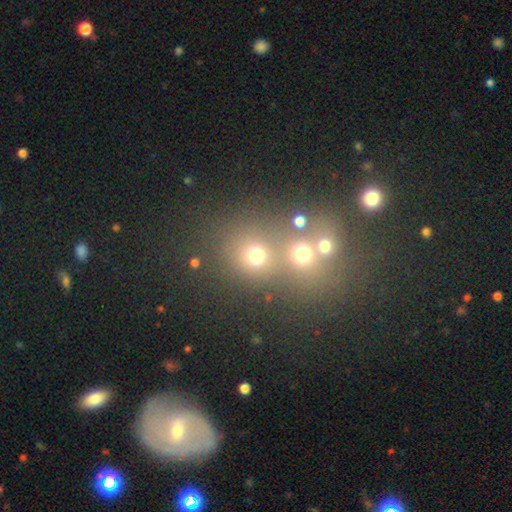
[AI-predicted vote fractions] smooth 70%, star or artifact 19%, featured or disk 10%. Down the decision tree: how rounded — round (82%); merging — merger (48%).